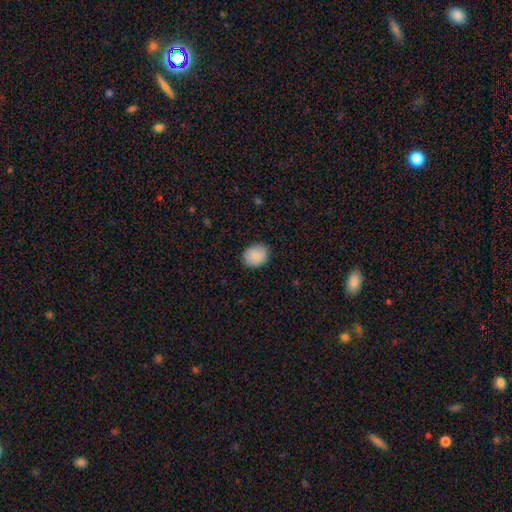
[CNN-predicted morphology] smooth-or-featured: smooth: 87% | star or artifact: 7% | featured or disk: 6%
  how-rounded: round: 57% | in between: 42% | cigar-shaped: 1%
  merging: none: 87% | minor disturbance: 10% | major disturbance: 2% | merger: 1%